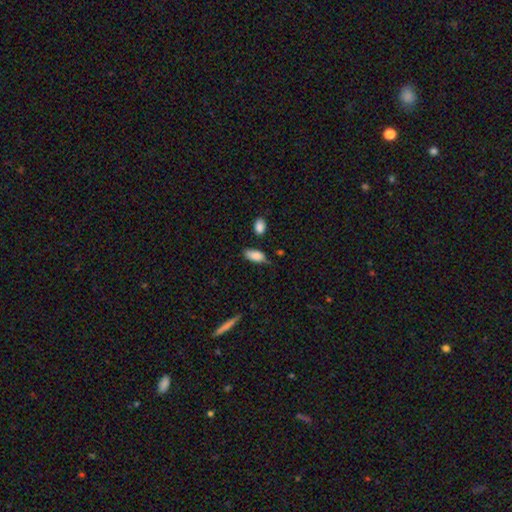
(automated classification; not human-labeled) A smooth galaxy with no disk features (86%) that is in between round and cigar-shaped (88%). Merging: none (59%).